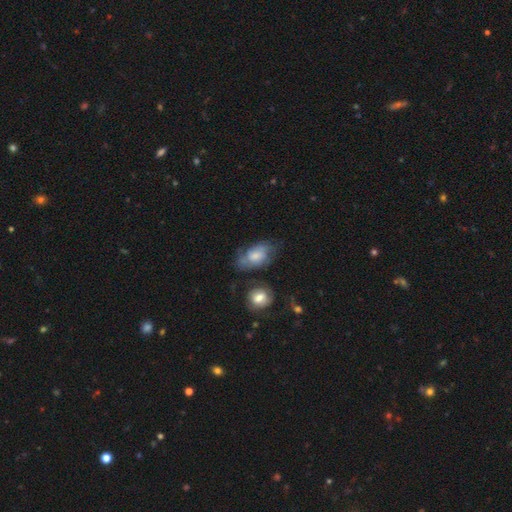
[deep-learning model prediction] smooth 48%, featured or disk 44%, star or artifact 8%. Down the decision tree: merging — none (47%).